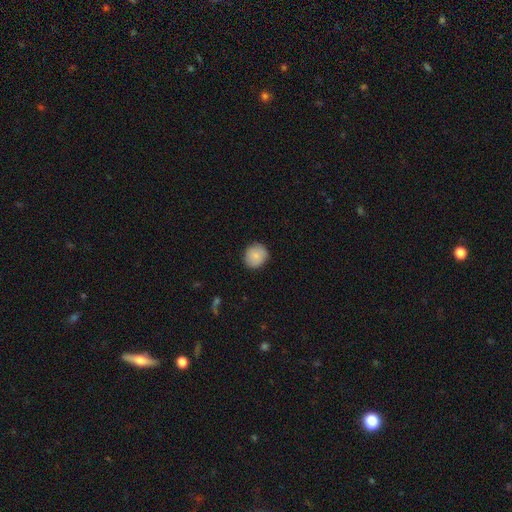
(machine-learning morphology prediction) Smooth or featured? smooth (85%)
How rounded? round (84%)
Merging? none (86%)